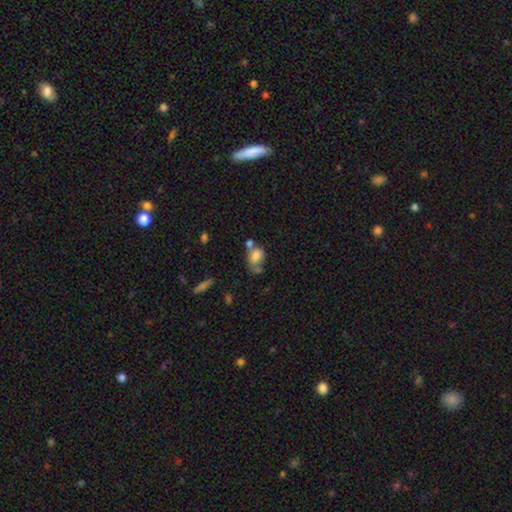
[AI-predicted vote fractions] Morphology: type=smooth (76%); roundness=in between (70%); merging=none (35%, tied with merger).